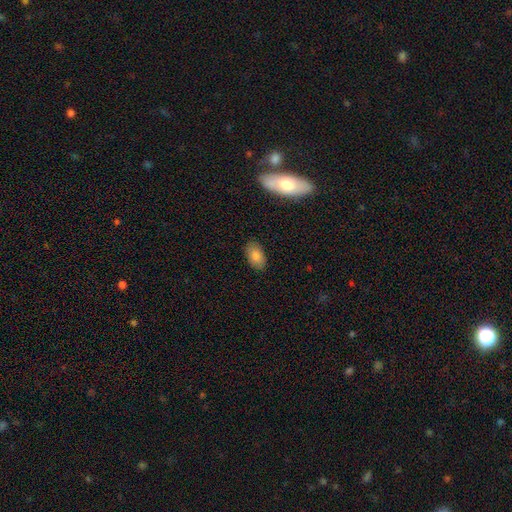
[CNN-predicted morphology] This is clearly a smooth galaxy (81%). How rounded: clearly in between (92%). Merging: clearly none (86%).